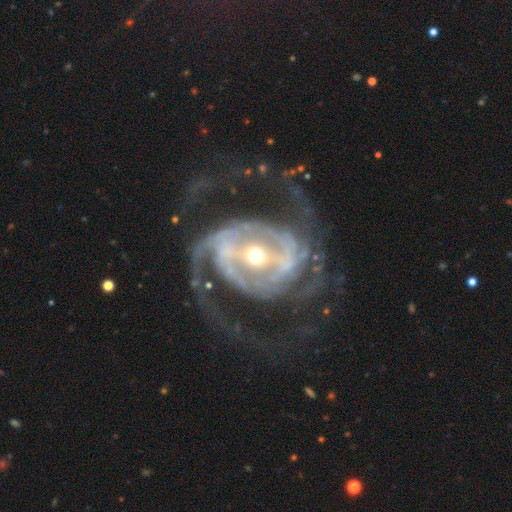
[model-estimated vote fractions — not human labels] A featured or disk galaxy (91%) with a strong bar (57%), 2 (63%) medium (50%) spiral arms (95%) and a moderate central bulge (50%).

Vote fractions:
- Smooth or featured? featured or disk: 91% / star or artifact: 5% / smooth: 4%
- Edge-on disk? no: 97% / yes: 3%
- Bar? strong: 57% / weak: 29% / no: 14%
- Spiral arms? yes: 95% / no: 5%
- Spiral winding? medium: 50% / tight: 31% / loose: 19%
- Spiral arm count? 2: 63% / 3: 12% / can't tell: 11% / 4: 5% / 1: 5% / more than 4: 4%
- Bulge size? moderate: 50% / small: 43% / large: 5% / dominant: 1% / none: 1%
- Merging? none: 61% / major disturbance: 25% / minor disturbance: 13% / merger: 2%